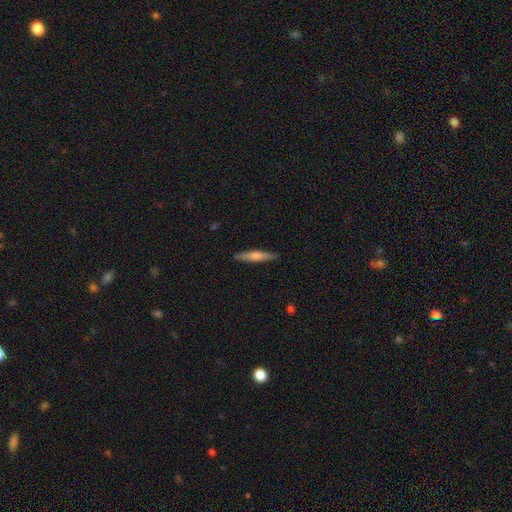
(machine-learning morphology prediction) A smooth galaxy with no disk features (51%) that is cigar-shaped (92%). Merging: none (91%).